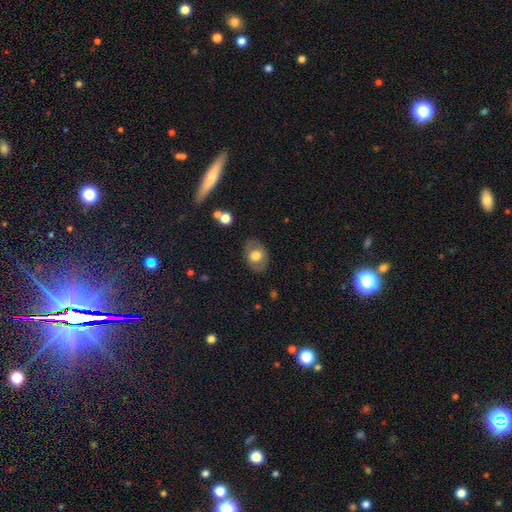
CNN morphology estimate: Smooth or featured? smooth (62%)
How rounded? in between (73%)
Merging? none (83%)